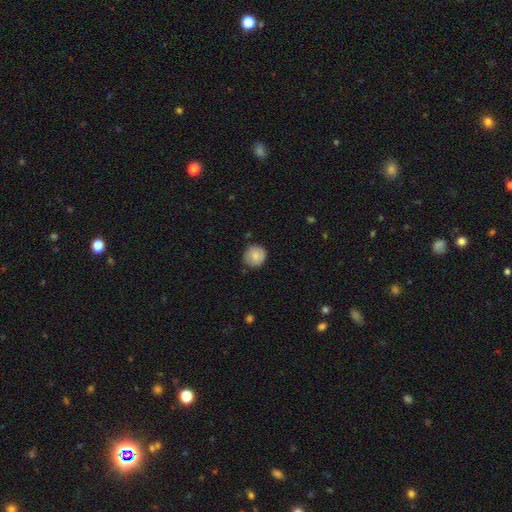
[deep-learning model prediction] Overall: smooth (82%). How rounded: round (92%). Merging: none (81%).